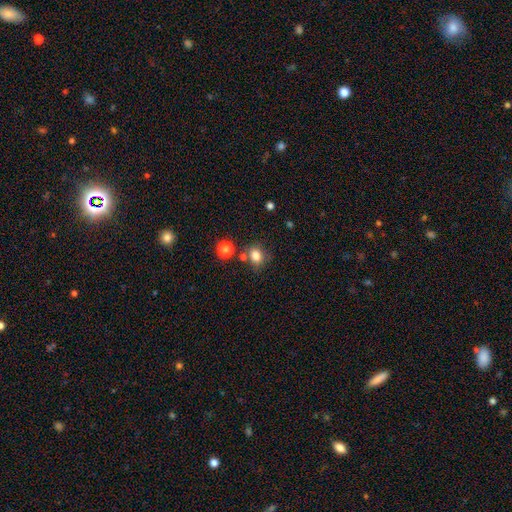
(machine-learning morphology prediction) Q: Smooth or featured?
A: smooth (81%); runner-up: star or artifact (13%)
Q: How rounded?
A: round (58%); runner-up: in between (41%)
Q: Merging?
A: none (69%); runner-up: merger (13%)